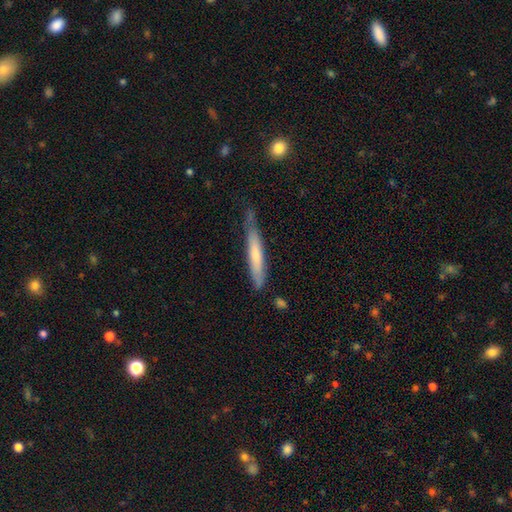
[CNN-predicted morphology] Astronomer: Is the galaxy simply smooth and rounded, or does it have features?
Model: smooth — 58% (runner-up: featured or disk, 36%).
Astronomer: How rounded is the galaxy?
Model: cigar-shaped — 93%.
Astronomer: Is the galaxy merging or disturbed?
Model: none — 65%.